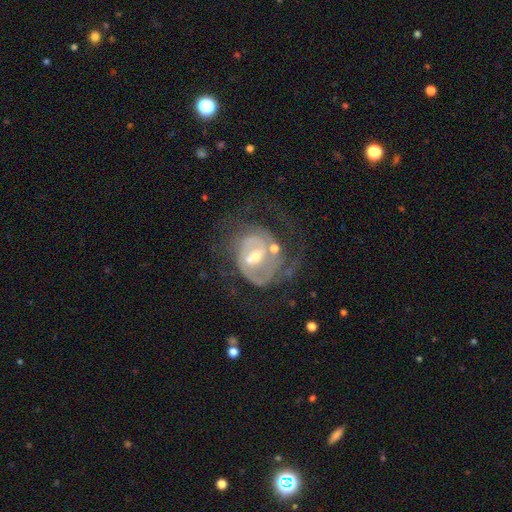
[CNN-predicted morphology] Q: Smooth or featured?
A: featured or disk (83%); runner-up: smooth (10%)
Q: Edge-on disk?
A: no (97%); runner-up: yes (3%)
Q: Bar?
A: weak (51%); runner-up: no (28%)
Q: Spiral arms?
A: yes (86%); runner-up: no (14%)
Q: Spiral winding?
A: tight (48%); runner-up: medium (36%)
Q: Spiral arm count?
A: 2 (41%); runner-up: can't tell (30%)
Q: Bulge size?
A: moderate (52%); runner-up: small (41%)
Q: Merging?
A: none (48%); runner-up: major disturbance (28%)